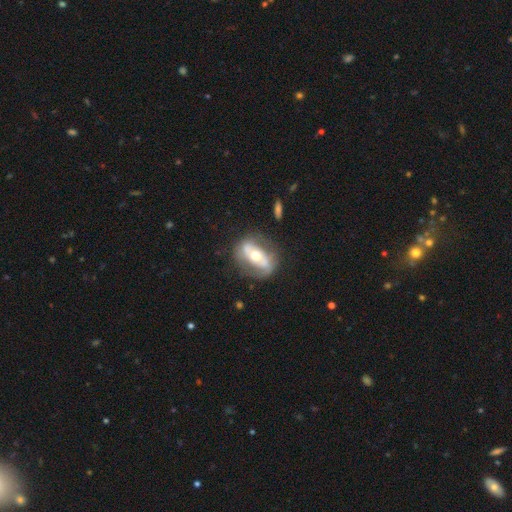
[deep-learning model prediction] smooth_or_featured: featured or disk (p=0.68) [alt: smooth p=0.26]
disk_edge_on: no (p=0.90) [alt: yes p=0.10]
bar: no (p=0.42) [alt: strong p=0.37]
has_spiral_arms: yes (p=0.51) [alt: no p=0.49]
bulge_size: moderate (p=0.71) [alt: small p=0.16]
merging: none (p=0.67) [alt: minor disturbance p=0.19]